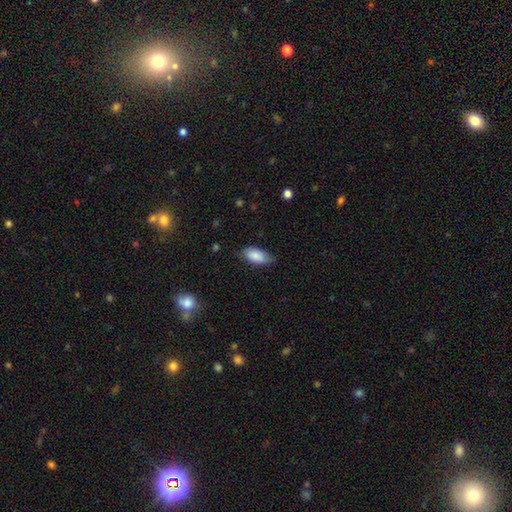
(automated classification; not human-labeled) Morphology: type=smooth (85%); roundness=in between (91%); merging=none (67%).